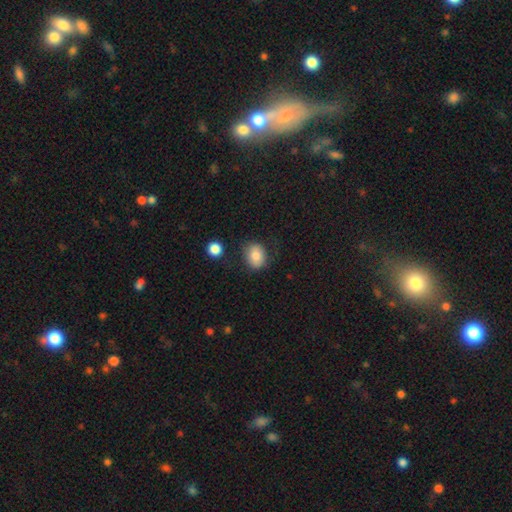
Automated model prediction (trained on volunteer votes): Smooth or featured: smooth — 81% (featured or disk — 10%)
How rounded: round — 50% (in between — 49%)
Merging: none — 73% (minor disturbance — 17%)